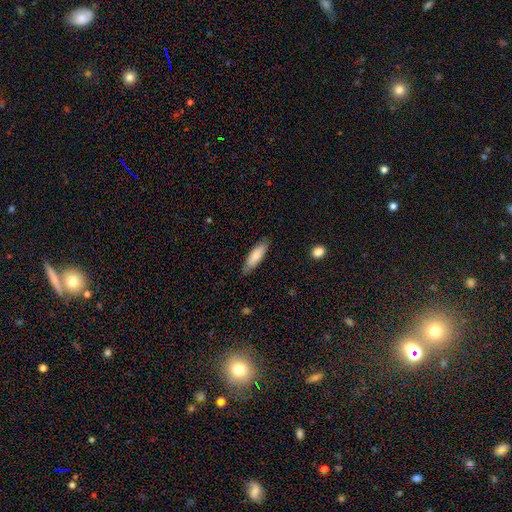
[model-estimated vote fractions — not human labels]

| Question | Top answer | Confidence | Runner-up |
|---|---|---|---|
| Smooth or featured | smooth | 80% | featured or disk (15%) |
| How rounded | in between | 54% | cigar-shaped (44%) |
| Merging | none | 82% | minor disturbance (15%) |